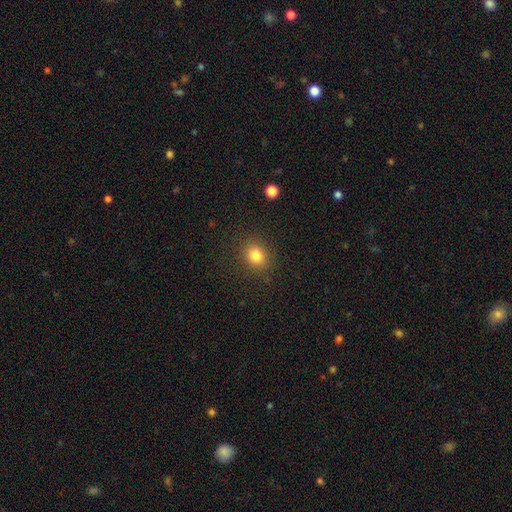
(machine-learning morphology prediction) A smooth galaxy with no disk features (82%) that is round (68%). Merging: none (88%).